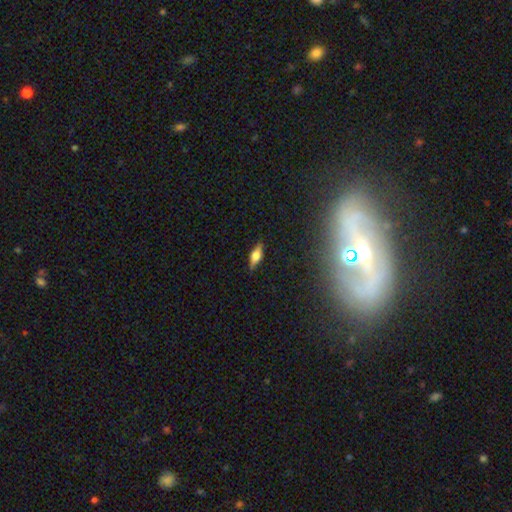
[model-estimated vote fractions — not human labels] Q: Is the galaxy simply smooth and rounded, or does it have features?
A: featured or disk — 50%.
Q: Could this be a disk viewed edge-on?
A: yes — 92%.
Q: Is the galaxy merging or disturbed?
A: none — 87%.